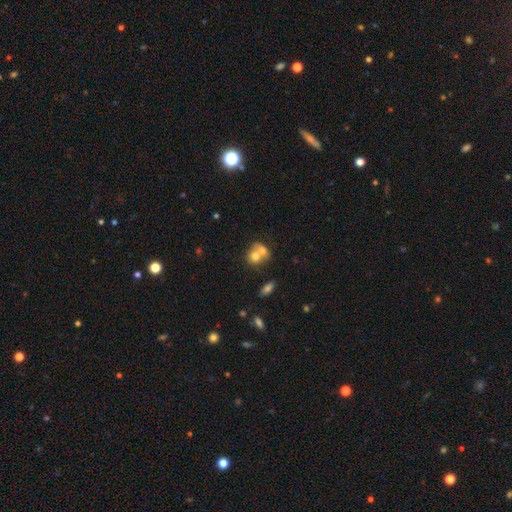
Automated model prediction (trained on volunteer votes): The model was most divided on "how rounded": round: 58%, in between: 41%, cigar-shaped: 1%. More confident: smooth or featured — smooth (69%); merging — merger (66%).